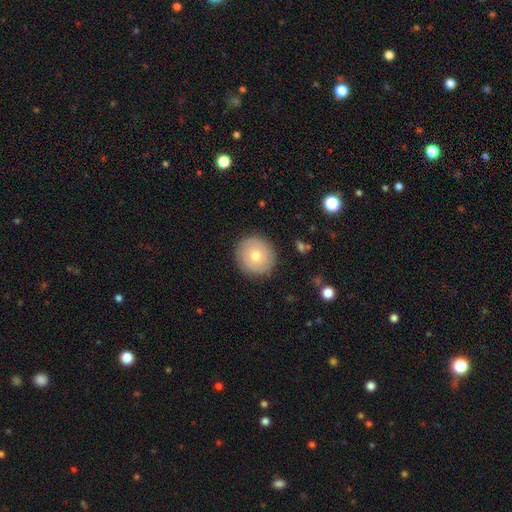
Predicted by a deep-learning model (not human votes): Smooth or featured? smooth (60%)
How rounded? round (91%)
Merging? none (89%)